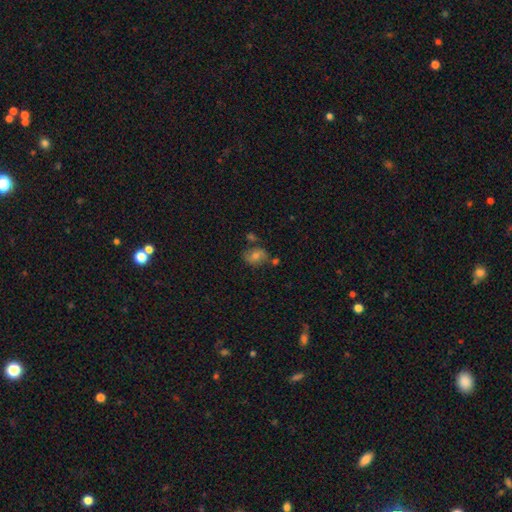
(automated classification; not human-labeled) A smooth galaxy with no disk features (50%).

Vote fractions:
- Smooth or featured? smooth: 50% / featured or disk: 33% / star or artifact: 18%
- Merging? none: 65% / minor disturbance: 18% / merger: 11% / major disturbance: 6%